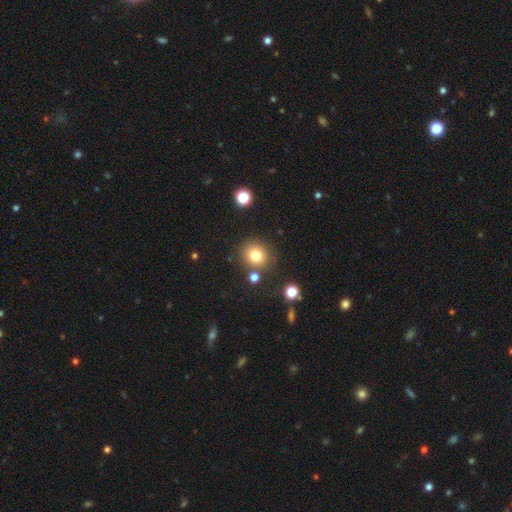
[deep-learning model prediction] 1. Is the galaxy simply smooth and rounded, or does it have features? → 78% smooth, 13% star or artifact, 9% featured or disk.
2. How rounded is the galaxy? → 87% round, 12% in between, 1% cigar-shaped.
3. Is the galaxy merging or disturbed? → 81% none, 9% minor disturbance, 7% merger, 3% major disturbance.